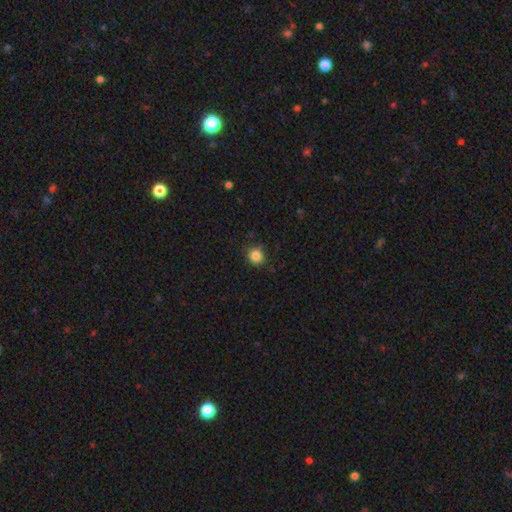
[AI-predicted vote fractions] A smooth galaxy with no disk features (84%) that is round (91%).

Vote fractions:
- Smooth or featured? smooth: 84% / star or artifact: 12% / featured or disk: 4%
- How rounded? round: 91% / in between: 8% / cigar-shaped: 1%
- Merging? none: 85% / minor disturbance: 11% / major disturbance: 2% / merger: 2%